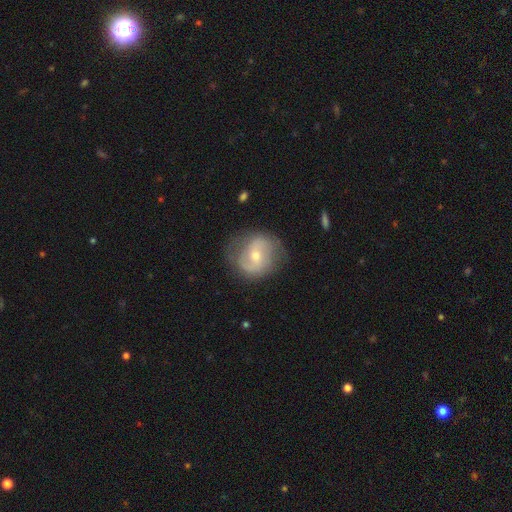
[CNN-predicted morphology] This is likely a featured or disk galaxy (67%). It is clearly not viewed edge-on (97%). Bar: possibly weak (49%). Spiral arm pattern: clearly yes (83%). Spiral arm count: clearly 2 (82%). Spiral winding: possibly medium (45%). Central bulge: possibly moderate (56%). Merging: likely none (72%).